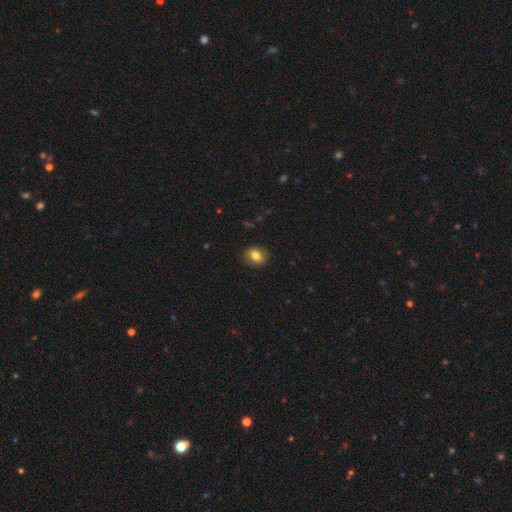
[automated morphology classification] A smooth galaxy with no disk features (79%) that is in between round and cigar-shaped (63%).

Vote fractions:
- Smooth or featured? smooth: 79% / featured or disk: 12% / star or artifact: 9%
- How rounded? in between: 63% / round: 35% / cigar-shaped: 1%
- Merging? none: 85% / minor disturbance: 11% / major disturbance: 3% / merger: 1%